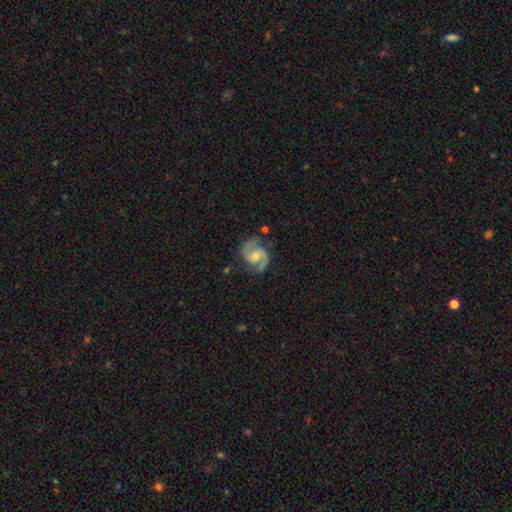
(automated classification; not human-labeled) Smooth or featured? featured or disk (85%)
Edge-on disk? no (98%)
Bar? weak (46%)
Spiral arms? yes (97%)
Spiral winding? medium (58%)
Spiral arm count? 2 (92%)
Bulge size? moderate (50%)
Merging? none (73%)